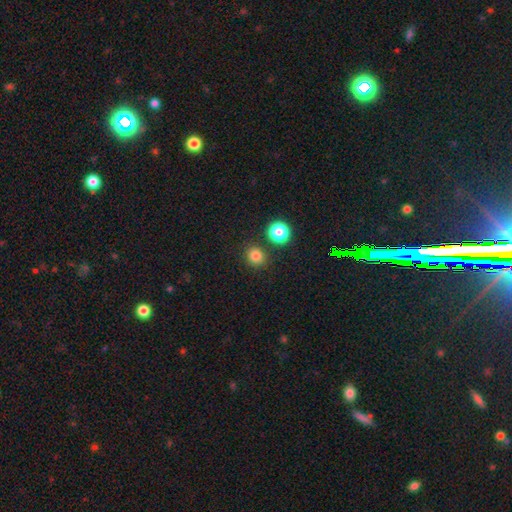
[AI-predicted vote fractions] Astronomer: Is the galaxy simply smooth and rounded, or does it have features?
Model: smooth — 79%.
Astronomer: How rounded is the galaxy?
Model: round — 83%.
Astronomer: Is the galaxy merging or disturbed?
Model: none — 84%.